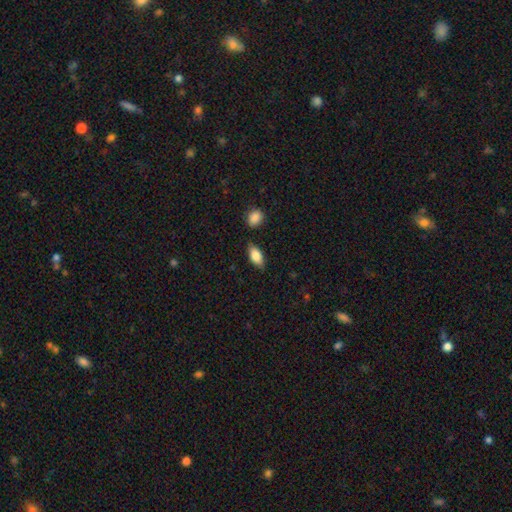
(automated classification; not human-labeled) The model was most divided on "merging": none: 81%, minor disturbance: 12%, merger: 3%, major disturbance: 3%. More confident: how rounded — in between (89%); smooth or featured — smooth (82%).